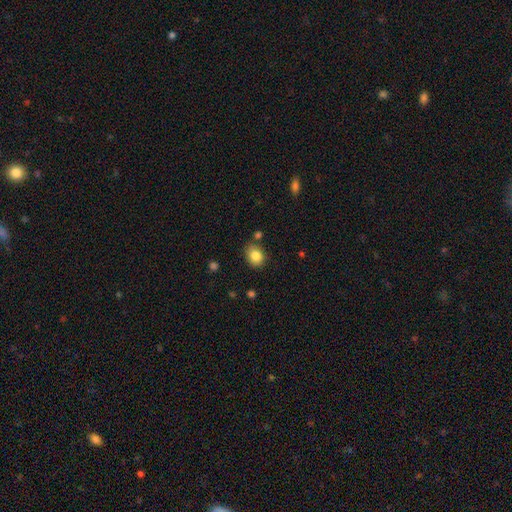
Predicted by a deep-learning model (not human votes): Smooth or featured?
  - smooth: 84% *
  - star or artifact: 9%
  - featured or disk: 7%
How rounded?
  - in between: 50% *
  - round: 49%
  - cigar-shaped: 1%
Merging?
  - none: 76% *
  - minor disturbance: 15%
  - merger: 5%
  - major disturbance: 3%